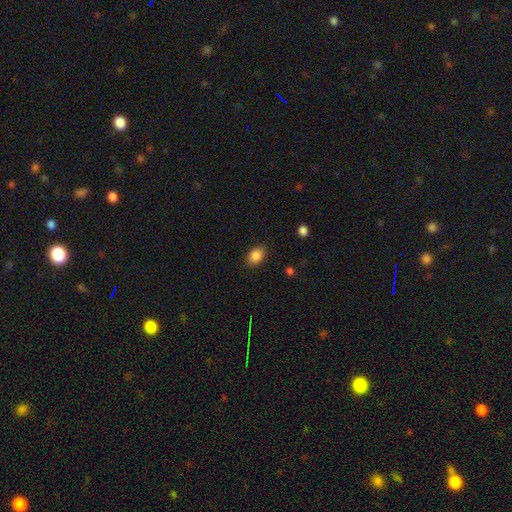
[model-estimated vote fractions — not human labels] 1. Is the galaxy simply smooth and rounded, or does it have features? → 87% smooth, 9% star or artifact, 4% featured or disk.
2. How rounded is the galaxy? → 75% in between, 24% round, 1% cigar-shaped.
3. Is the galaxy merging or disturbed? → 84% none, 12% minor disturbance, 3% major disturbance, 1% merger.